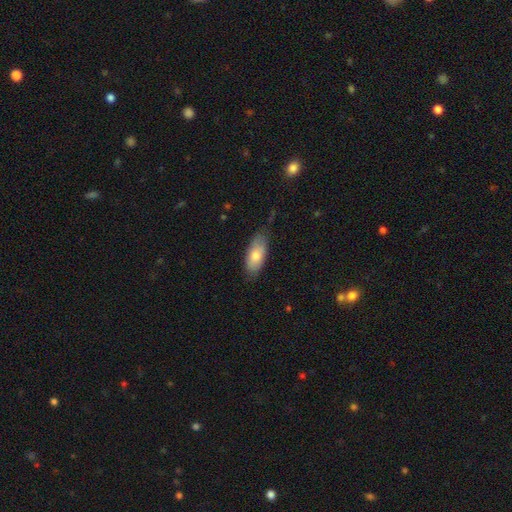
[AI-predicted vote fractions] Q: Smooth or featured?
A: smooth (77%); runner-up: featured or disk (17%)
Q: How rounded?
A: in between (86%); runner-up: cigar-shaped (11%)
Q: Merging?
A: none (69%); runner-up: minor disturbance (24%)